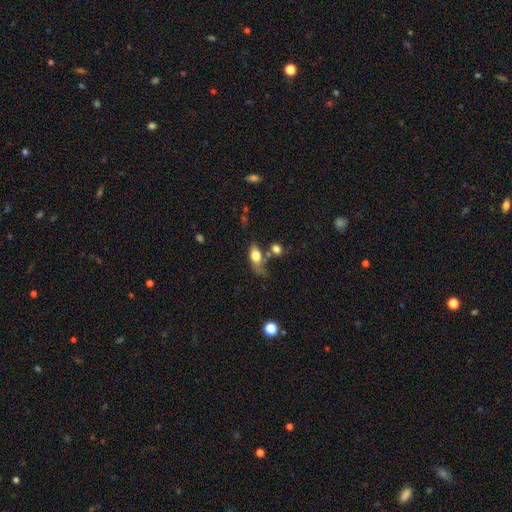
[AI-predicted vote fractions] Smooth or featured? Predicted: smooth (p=0.73). How rounded? Predicted: in between (p=0.78). Merging? Predicted: none (p=0.40).